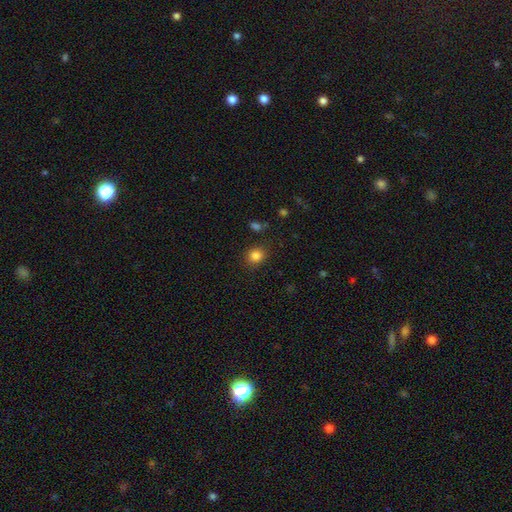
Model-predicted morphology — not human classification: Smooth or featured? Predicted: smooth (p=0.84). How rounded? Predicted: round (p=0.77). Merging? Predicted: none (p=0.87).